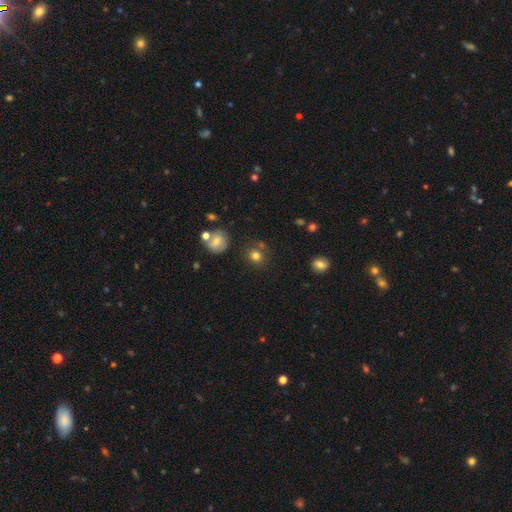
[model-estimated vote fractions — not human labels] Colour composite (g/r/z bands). It shows a smooth galaxy with no disk features (79%) that is round (80%). Merging: none (74%).